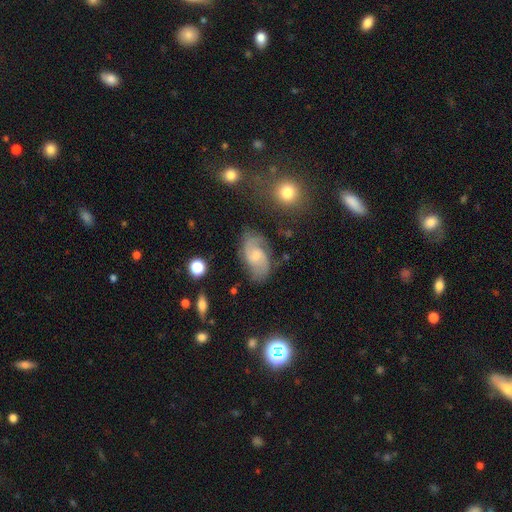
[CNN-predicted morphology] Smooth or featured?
  - featured or disk: 74% *
  - smooth: 18%
  - star or artifact: 7%
Edge-on disk?
  - no: 96% *
  - yes: 4%
Bar?
  - no: 50% *
  - weak: 44%
  - strong: 6%
Spiral arms?
  - yes: 94% *
  - no: 6%
Spiral winding?
  - medium: 50% *
  - loose: 25%
  - tight: 24%
Spiral arm count?
  - 2: 74% *
  - can't tell: 12%
  - 3: 7%
  - 1: 3%
  - 4: 2%
  - more than 4: 2%
Bulge size?
  - small: 51% *
  - moderate: 38%
  - none: 6%
  - large: 3%
  - dominant: 1%
Merging?
  - none: 68% *
  - minor disturbance: 20%
  - major disturbance: 9%
  - merger: 3%